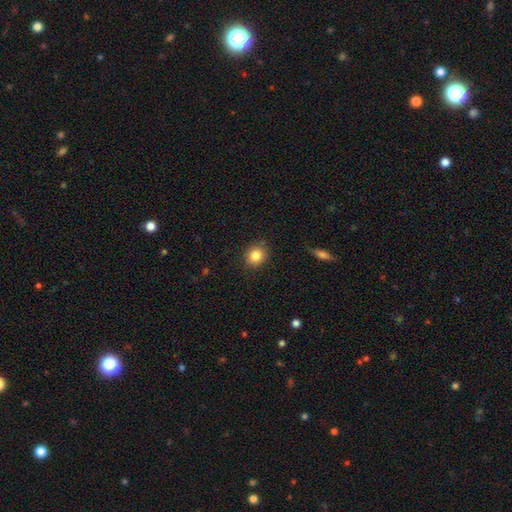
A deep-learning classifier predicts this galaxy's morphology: type=smooth (84%); roundness=round (77%); merging=none (88%).